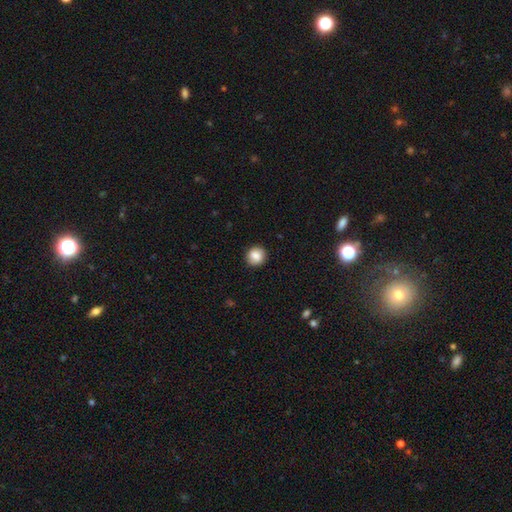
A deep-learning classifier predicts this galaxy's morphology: Smooth or featured?
  - smooth: 86% *
  - star or artifact: 8%
  - featured or disk: 6%
How rounded?
  - round: 89% *
  - in between: 10%
  - cigar-shaped: 1%
Merging?
  - none: 90% *
  - minor disturbance: 7%
  - major disturbance: 2%
  - merger: 1%